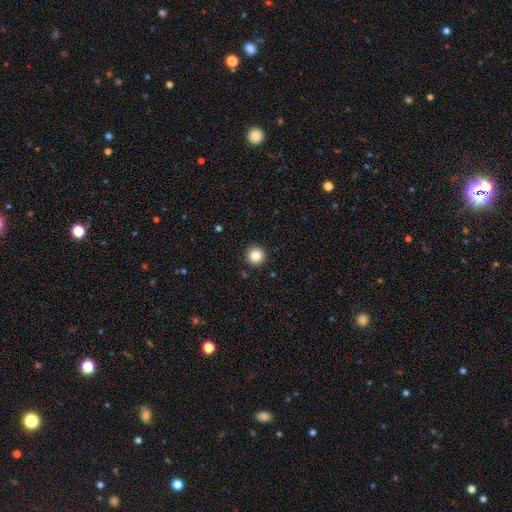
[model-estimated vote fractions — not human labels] Smooth or featured?
  - smooth: 84% *
  - star or artifact: 11%
  - featured or disk: 6%
How rounded?
  - round: 96% *
  - in between: 3%
  - cigar-shaped: 1%
Merging?
  - none: 92% *
  - minor disturbance: 5%
  - major disturbance: 2%
  - merger: 1%